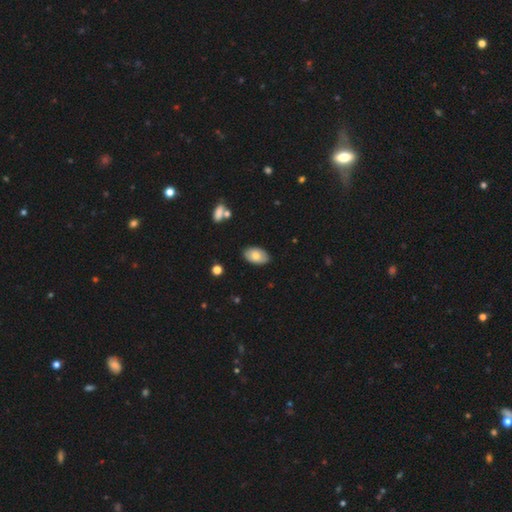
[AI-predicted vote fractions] Smooth or featured? Predicted: smooth (p=0.75). How rounded? Predicted: in between (p=0.94). Merging? Predicted: none (p=0.85).